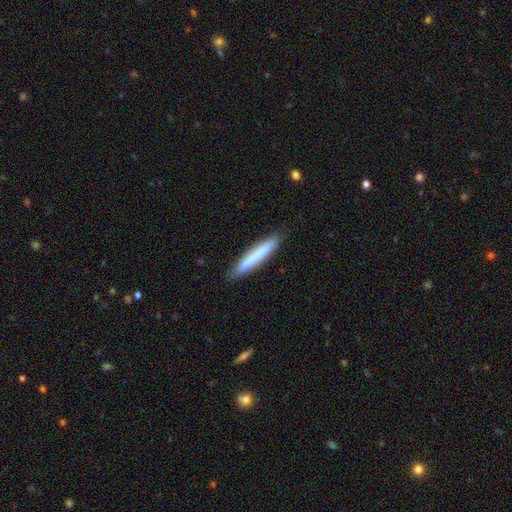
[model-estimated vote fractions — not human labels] smooth-or-featured: smooth: 75% | featured or disk: 19% | star or artifact: 6%
  how-rounded: cigar-shaped: 94% | in between: 5% | round: 1%
  merging: none: 89% | minor disturbance: 8% | major disturbance: 2% | merger: 1%